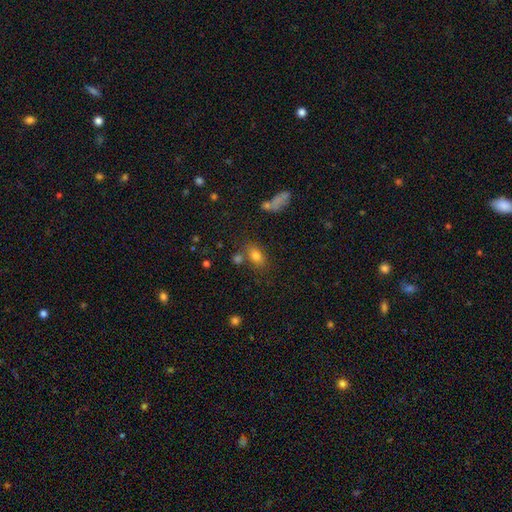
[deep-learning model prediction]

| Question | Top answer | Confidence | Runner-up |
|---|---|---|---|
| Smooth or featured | smooth | 77% | star or artifact (12%) |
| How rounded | in between | 79% | round (18%) |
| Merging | none | 64% | merger (15%) |